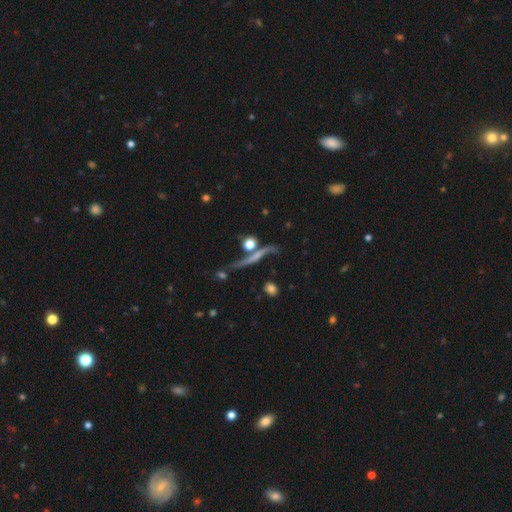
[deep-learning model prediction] This appears to be a featured or disk galaxy (56%) viewed edge-on (53%). Merging: none (48%).